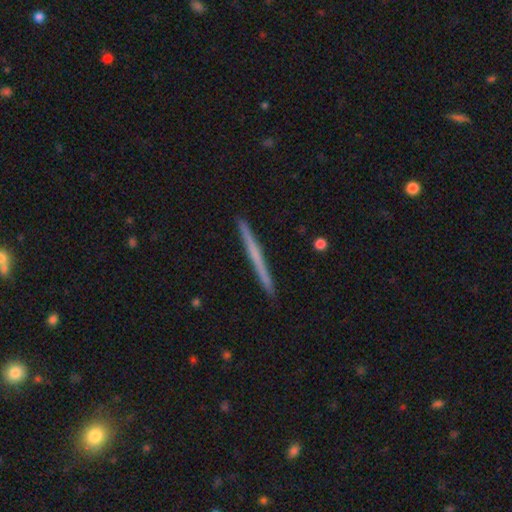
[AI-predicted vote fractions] This is possibly a featured or disk galaxy (49%). Merging: clearly none (93%).